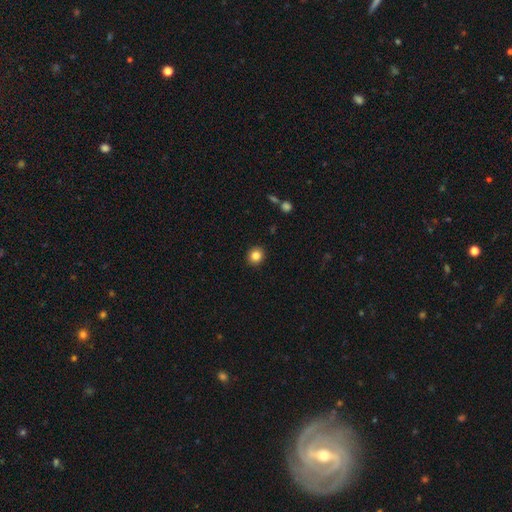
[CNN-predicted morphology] smooth_or_featured: smooth (p=0.85) [alt: star or artifact p=0.10]
how_rounded: round (p=0.81) [alt: in between p=0.18]
merging: none (p=0.91) [alt: minor disturbance p=0.06]